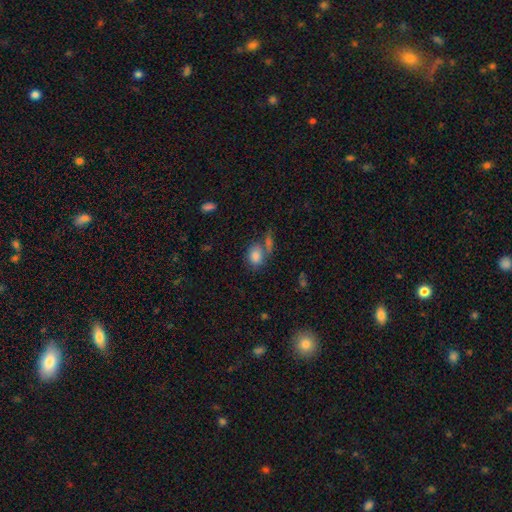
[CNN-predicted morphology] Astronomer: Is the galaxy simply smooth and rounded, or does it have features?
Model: smooth — 83%.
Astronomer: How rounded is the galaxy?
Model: in between — 64%.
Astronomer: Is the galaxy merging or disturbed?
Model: none — 47% (runner-up: merger, 30%).